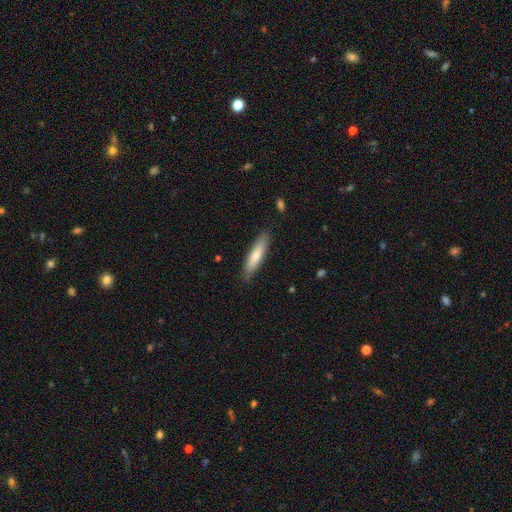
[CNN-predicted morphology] smooth 69%, featured or disk 26%, star or artifact 6%. Down the decision tree: how rounded — cigar-shaped (78%); merging — none (87%).